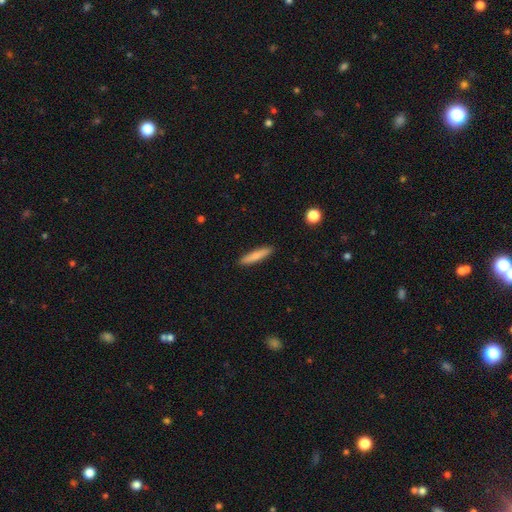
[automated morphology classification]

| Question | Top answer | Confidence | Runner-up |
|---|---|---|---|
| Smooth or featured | smooth | 79% | featured or disk (15%) |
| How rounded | cigar-shaped | 87% | in between (11%) |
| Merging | none | 91% | minor disturbance (7%) |